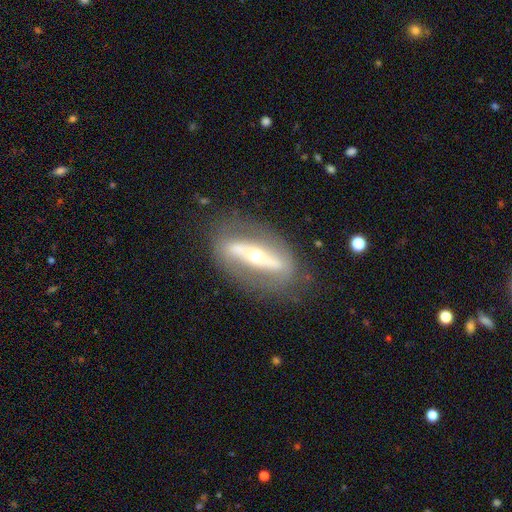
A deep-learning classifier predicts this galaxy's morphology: Overall: featured or disk (73%). Edge-on disk: no (66%; yes 34%). Merging: none (74%).